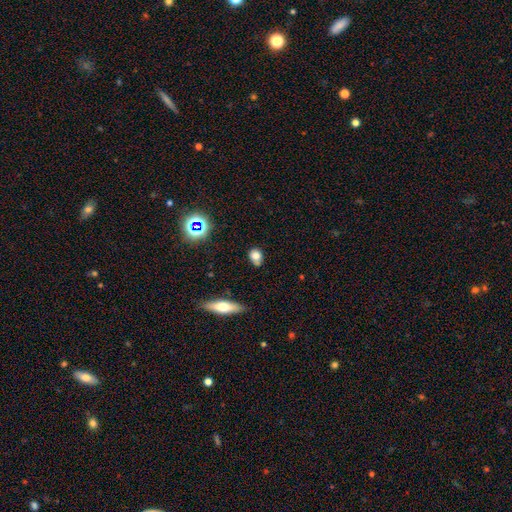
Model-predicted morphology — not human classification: This is likely a smooth galaxy (74%). How rounded: possibly round (52%). Merging: possibly none (59%).